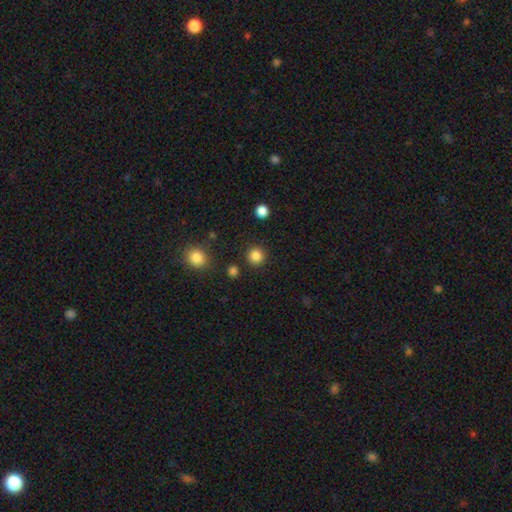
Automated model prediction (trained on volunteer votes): This is clearly a smooth galaxy (85%). How rounded: clearly round (94%). Merging: clearly none (89%).